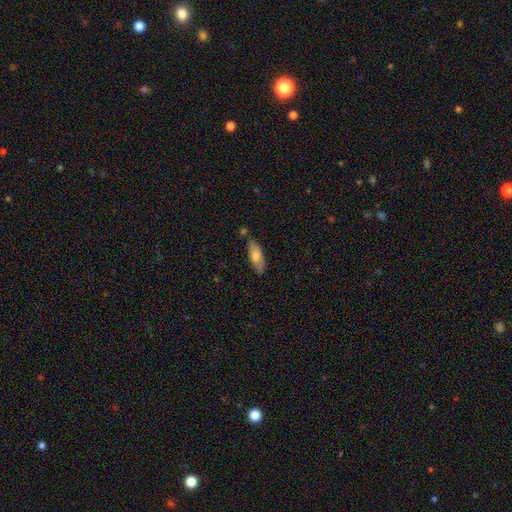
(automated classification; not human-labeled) smooth_or_featured: smooth (p=0.73) [alt: featured or disk p=0.21]
how_rounded: in between (p=0.63) [alt: cigar-shaped p=0.35]
merging: none (p=0.76) [alt: minor disturbance p=0.16]